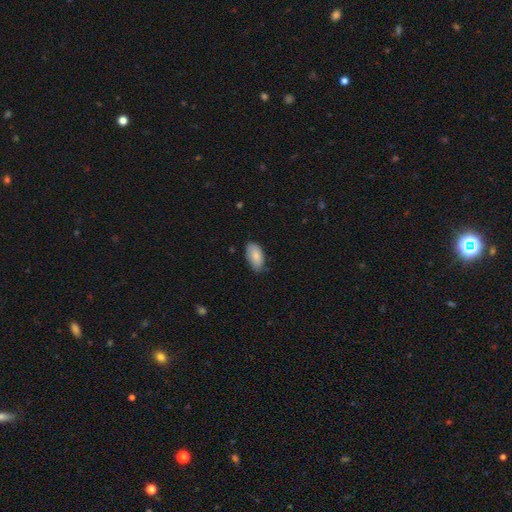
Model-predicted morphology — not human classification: A smooth galaxy with no disk features (83%) that is in between round and cigar-shaped (94%). Merging: none (68%).